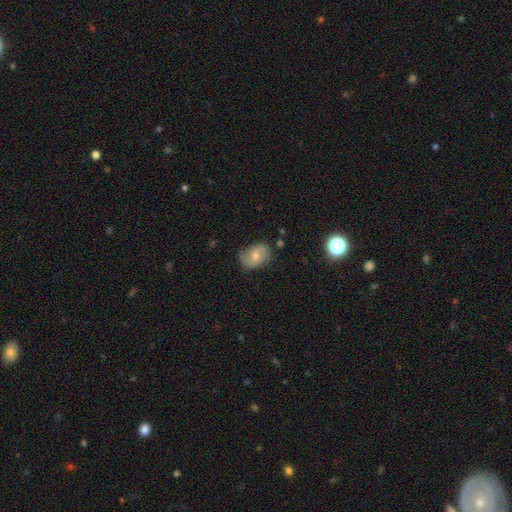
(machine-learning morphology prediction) Q: Smooth or featured?
A: featured or disk (49%); runner-up: smooth (43%)
Q: Merging?
A: none (67%); runner-up: minor disturbance (24%)